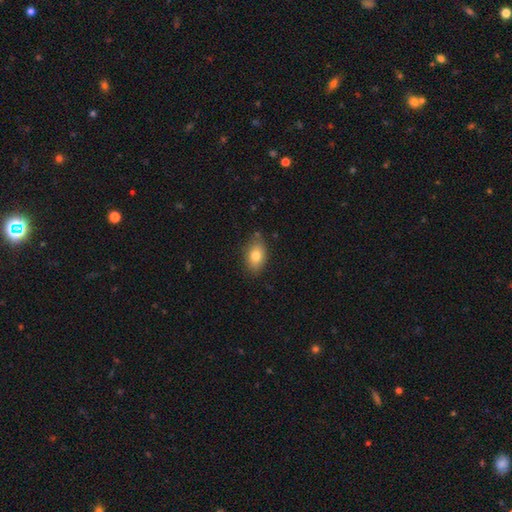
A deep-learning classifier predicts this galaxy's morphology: The model was most divided on "merging": none: 81%, minor disturbance: 14%, major disturbance: 3%, merger: 2%. More confident: how rounded — in between (86%); smooth or featured — smooth (81%).